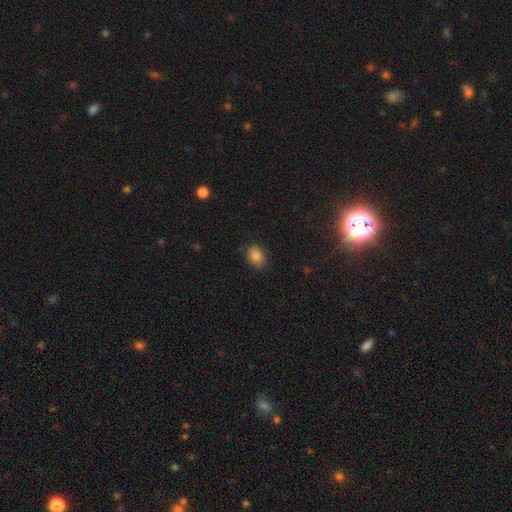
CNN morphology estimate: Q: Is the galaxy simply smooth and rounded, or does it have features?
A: smooth — 85%.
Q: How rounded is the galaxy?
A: in between — 68%.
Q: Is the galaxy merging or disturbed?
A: none — 82%.